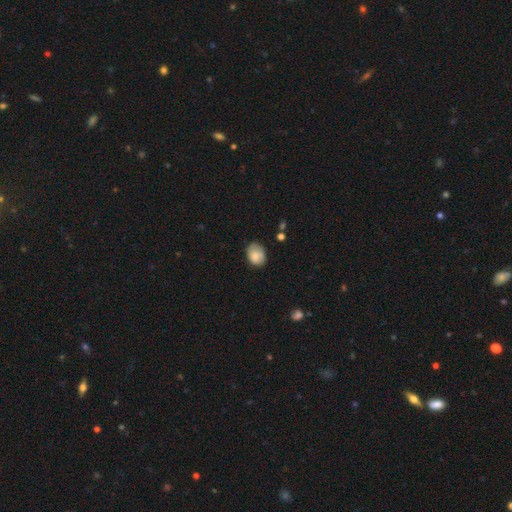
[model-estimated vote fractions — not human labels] smooth_or_featured: smooth (p=0.81) [alt: featured or disk p=0.11]
how_rounded: in between (p=0.65) [alt: round p=0.34]
merging: none (p=0.61) [alt: minor disturbance p=0.29]